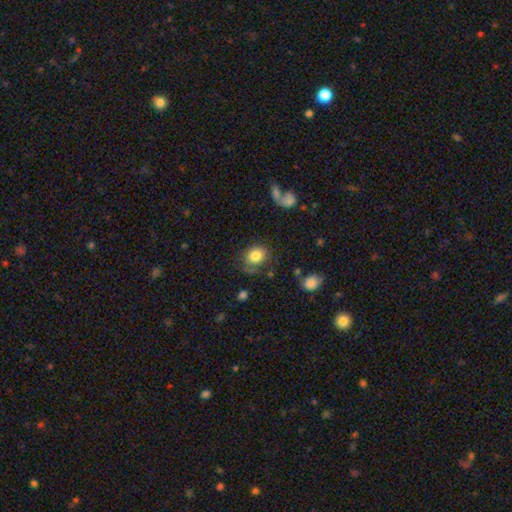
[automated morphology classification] Smooth or featured? Predicted: smooth (p=0.81). How rounded? Predicted: round (p=0.60). Merging? Predicted: none (p=0.63).